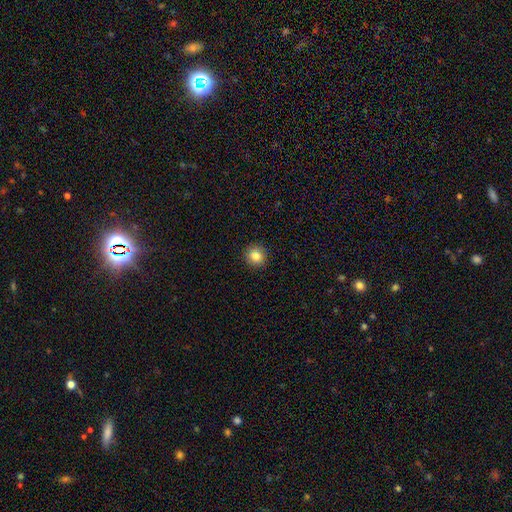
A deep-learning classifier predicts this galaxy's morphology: A smooth galaxy with no disk features (81%) that is round (88%).

Vote fractions:
- Smooth or featured? smooth: 81% / star or artifact: 11% / featured or disk: 8%
- How rounded? round: 88% / in between: 11% / cigar-shaped: 1%
- Merging? none: 90% / minor disturbance: 7% / major disturbance: 2% / merger: 1%